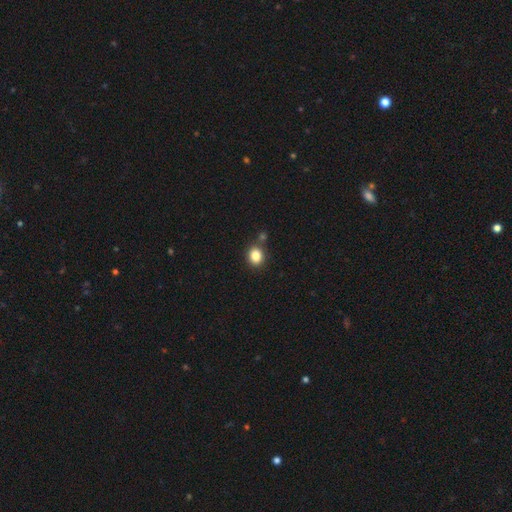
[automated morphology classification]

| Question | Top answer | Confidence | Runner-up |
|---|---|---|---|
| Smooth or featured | smooth | 85% | star or artifact (10%) |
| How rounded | round | 59% | in between (40%) |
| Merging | none | 75% | merger (11%) |